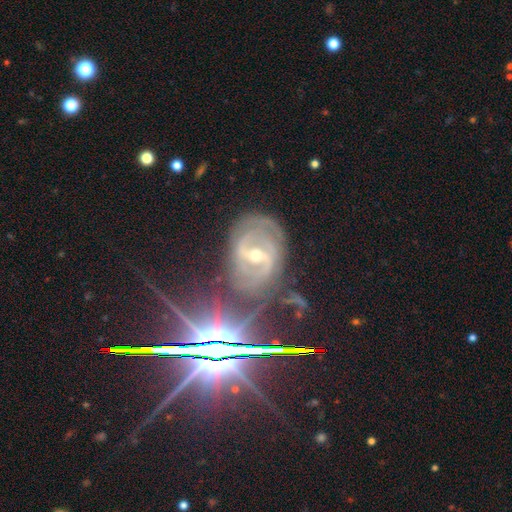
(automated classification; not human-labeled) featured or disk 82%, star or artifact 12%, smooth 6%. Down the decision tree: edge-on disk — no (95%); bar — strong (53%); spiral arms — yes (91%); spiral arm count — 2 (63%); spiral winding — tight (47%); bulge size — moderate (50%); merging — none (72%).